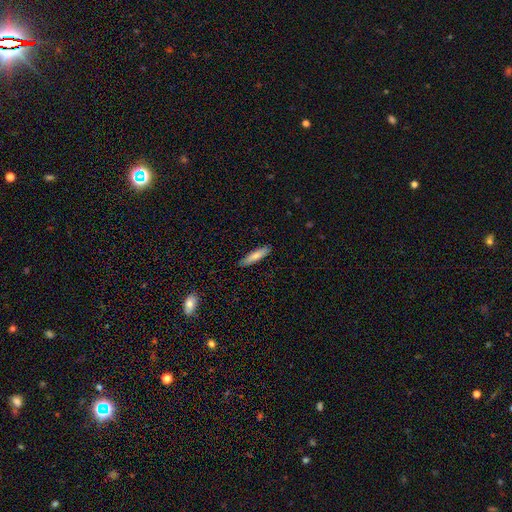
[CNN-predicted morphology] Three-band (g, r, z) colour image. It shows a smooth galaxy with no disk features (74%) that is cigar-shaped (77%). Merging: none (89%).